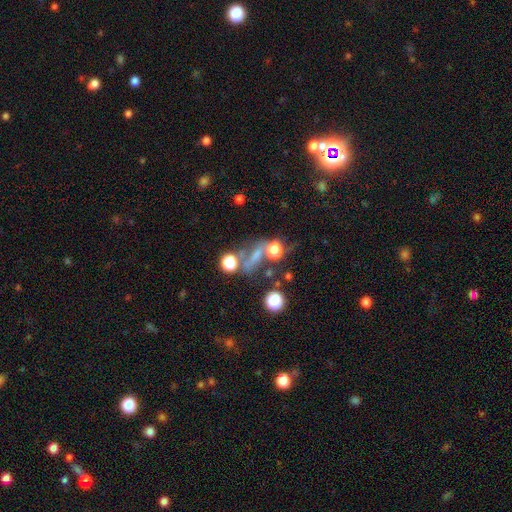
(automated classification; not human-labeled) Q: Smooth or featured?
A: smooth (42%); runner-up: star or artifact (35%)
Q: Merging?
A: none (42%); runner-up: merger (26%)